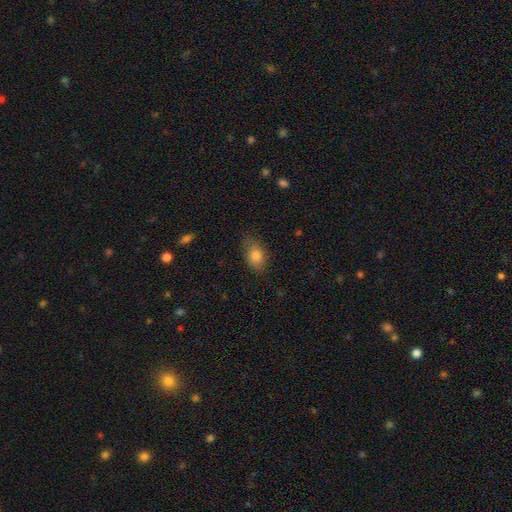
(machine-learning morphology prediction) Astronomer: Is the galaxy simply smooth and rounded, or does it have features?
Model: smooth — 82%.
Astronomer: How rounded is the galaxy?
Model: in between — 85%.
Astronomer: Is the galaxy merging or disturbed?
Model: none — 73%.